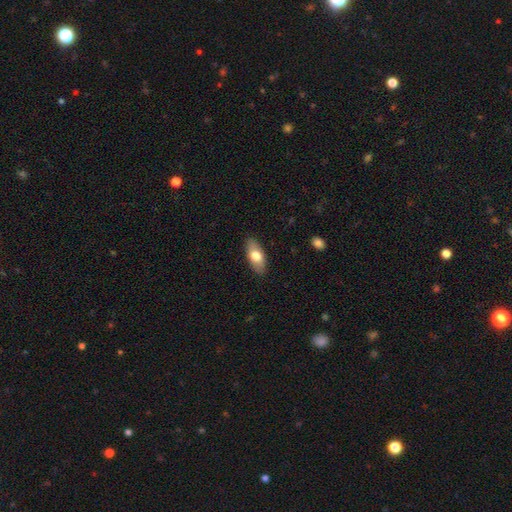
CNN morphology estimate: Smooth or featured? Predicted: smooth (p=0.71). How rounded? Predicted: in between (p=0.86). Merging? Predicted: none (p=0.88).